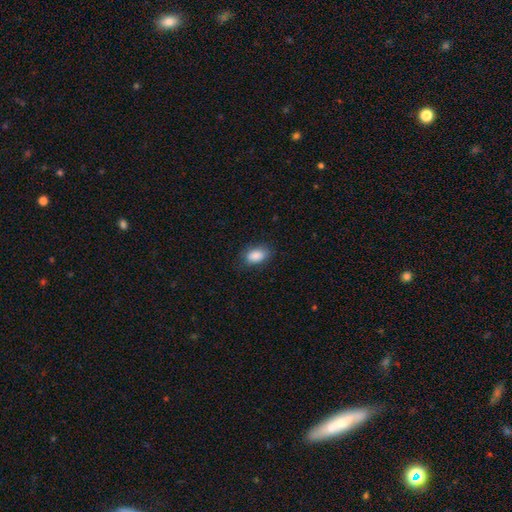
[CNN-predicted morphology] type=smooth (89%); roundness=in between (89%); merging=none (80%).